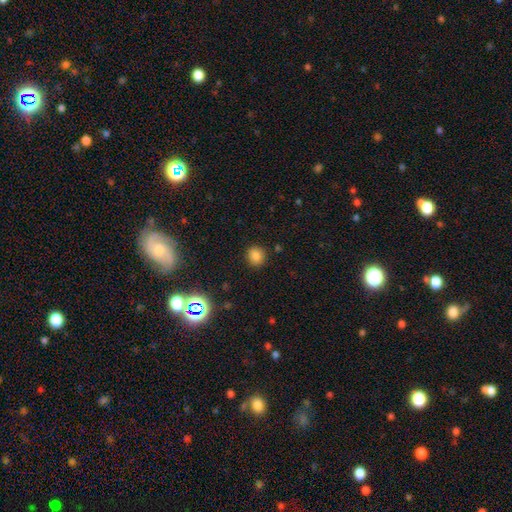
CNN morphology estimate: Smooth or featured? Predicted: smooth (p=0.79). How rounded? Predicted: round (p=0.80). Merging? Predicted: none (p=0.88).